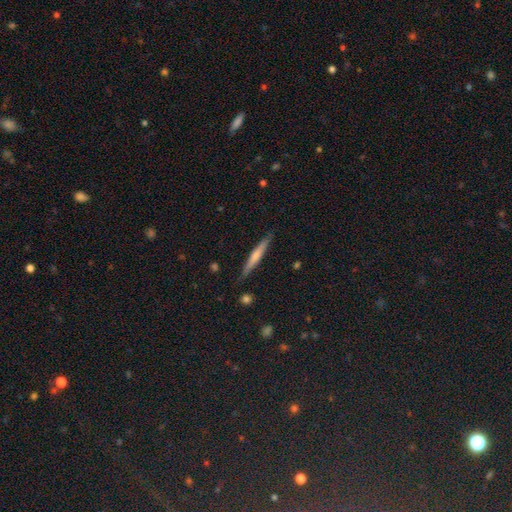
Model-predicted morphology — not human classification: This is possibly a smooth galaxy (52%). How rounded: clearly cigar-shaped (95%). Merging: clearly none (86%).